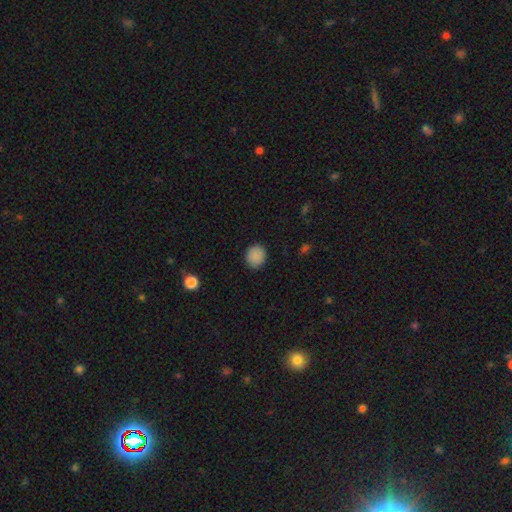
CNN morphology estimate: smooth 88%, star or artifact 9%, featured or disk 3%. Down the decision tree: how rounded — round (82%); merging — none (89%).